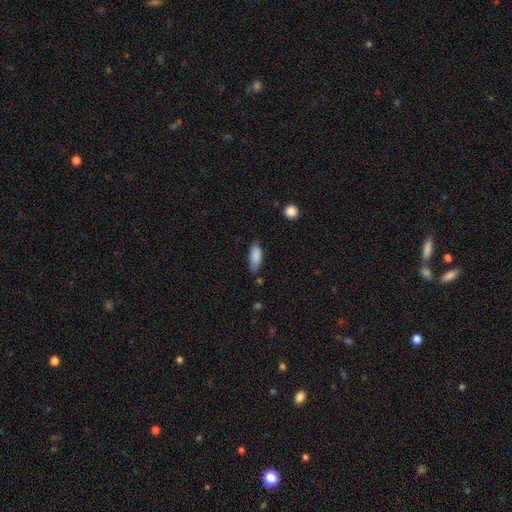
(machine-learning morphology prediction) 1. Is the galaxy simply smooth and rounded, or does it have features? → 86% smooth, 7% featured or disk, 7% star or artifact.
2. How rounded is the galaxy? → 79% in between, 19% cigar-shaped, 2% round.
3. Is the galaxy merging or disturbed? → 60% none, 31% minor disturbance, 6% major disturbance, 4% merger.